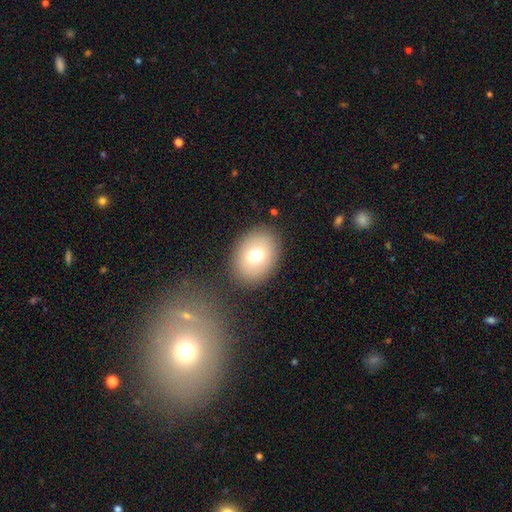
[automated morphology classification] smooth_or_featured: smooth (p=0.72) [alt: featured or disk p=0.18]
how_rounded: in between (p=0.63) [alt: round p=0.36]
merging: none (p=0.85) [alt: minor disturbance p=0.09]